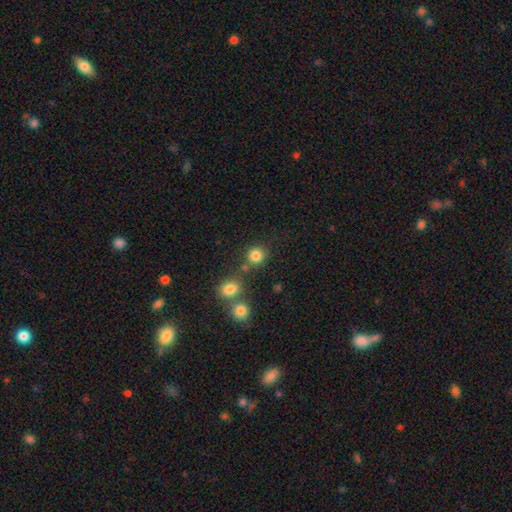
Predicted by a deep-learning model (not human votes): Smooth or featured? smooth (83%)
How rounded? round (88%)
Merging? none (70%)